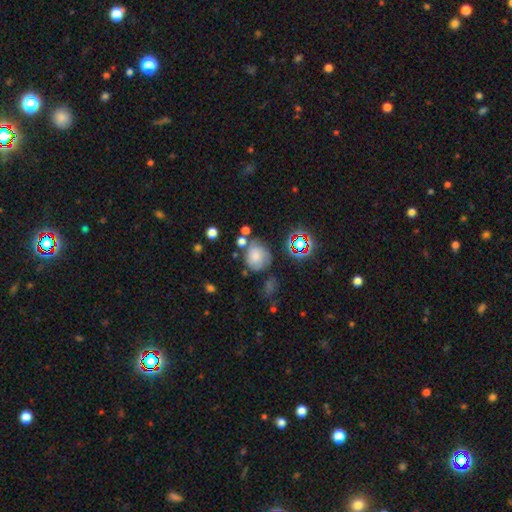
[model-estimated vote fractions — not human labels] Q: Smooth or featured?
A: smooth (61%); runner-up: featured or disk (21%)
Q: How rounded?
A: round (71%); runner-up: in between (28%)
Q: Merging?
A: none (54%); runner-up: minor disturbance (22%)